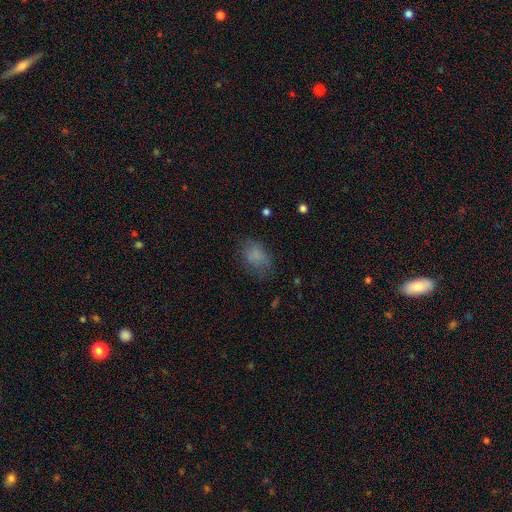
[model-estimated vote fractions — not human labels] Smooth or featured?
  - smooth: 76% *
  - featured or disk: 13%
  - star or artifact: 11%
How rounded?
  - in between: 80% *
  - round: 19%
  - cigar-shaped: 2%
Merging?
  - none: 59% *
  - minor disturbance: 25%
  - major disturbance: 14%
  - merger: 2%